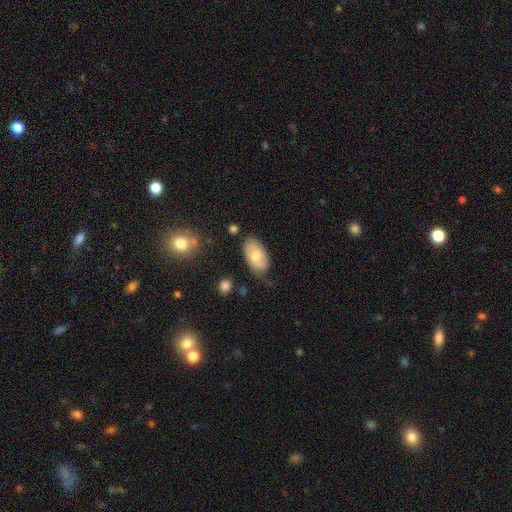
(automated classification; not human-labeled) Q: Smooth or featured?
A: smooth (61%); runner-up: featured or disk (33%)
Q: How rounded?
A: in between (94%); runner-up: round (5%)
Q: Merging?
A: none (66%); runner-up: minor disturbance (25%)